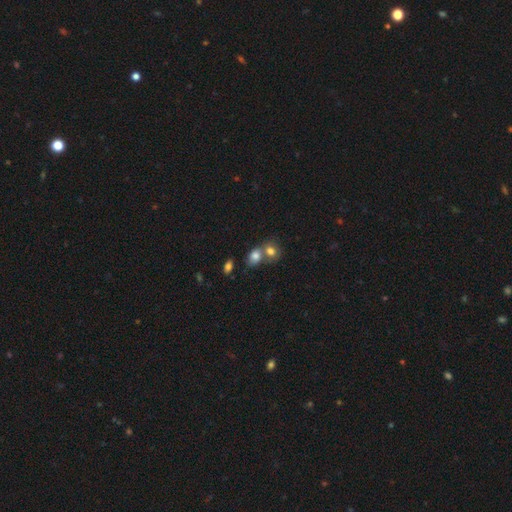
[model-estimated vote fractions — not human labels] Overall: smooth (78%). How rounded: in between (52%; round 47%). Merging: merger (56%; none 33%).